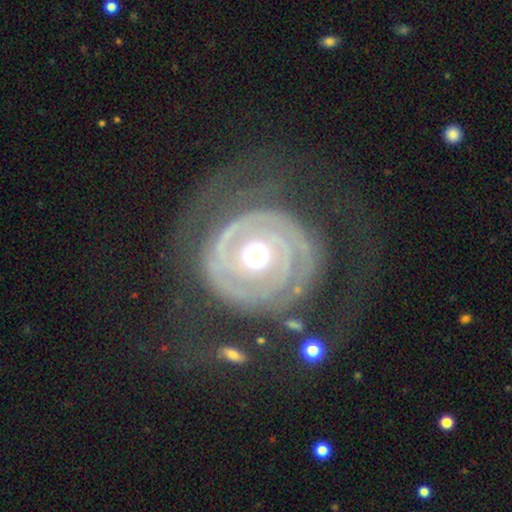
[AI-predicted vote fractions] Smooth or featured? featured or disk (86%)
Edge-on disk? no (97%)
Bar? no (73%)
Spiral arms? yes (88%)
Spiral winding? tight (76%)
Spiral arm count? 2 (34%)
Bulge size? moderate (73%)
Merging? none (59%)